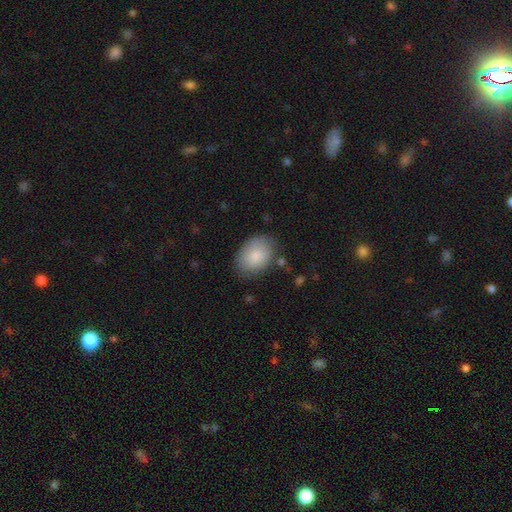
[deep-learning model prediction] A smooth galaxy with no disk features (85%) that is in between round and cigar-shaped (80%). Merging: none (76%).